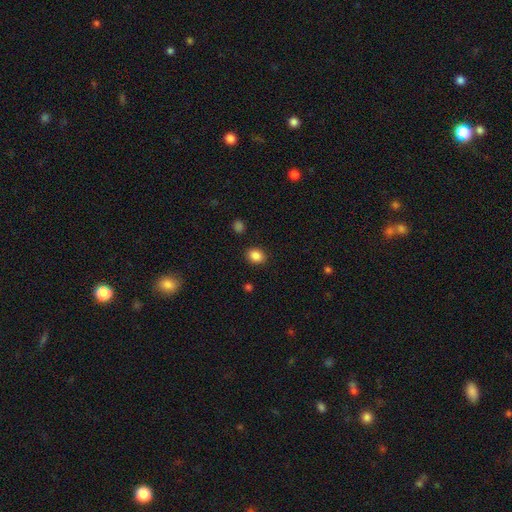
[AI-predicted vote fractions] smooth-or-featured: smooth: 87% | star or artifact: 9% | featured or disk: 4%
  how-rounded: in between: 59% | round: 40% | cigar-shaped: 1%
  merging: none: 88% | minor disturbance: 8% | major disturbance: 2% | merger: 2%